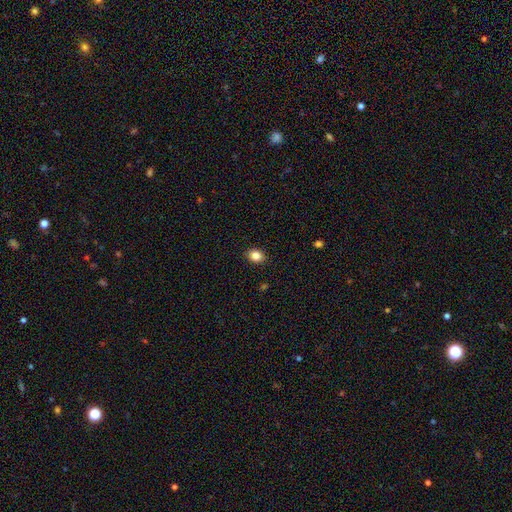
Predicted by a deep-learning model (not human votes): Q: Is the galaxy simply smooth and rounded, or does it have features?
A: smooth — 85%.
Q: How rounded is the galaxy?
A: in between — 55%.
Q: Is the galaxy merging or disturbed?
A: none — 90%.